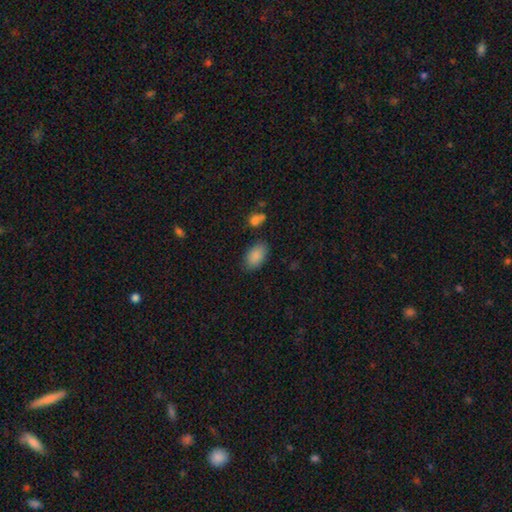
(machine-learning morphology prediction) smooth-or-featured: smooth: 88% | star or artifact: 7% | featured or disk: 5%
  how-rounded: in between: 91% | round: 7% | cigar-shaped: 2%
  merging: none: 80% | minor disturbance: 13% | major disturbance: 4% | merger: 3%